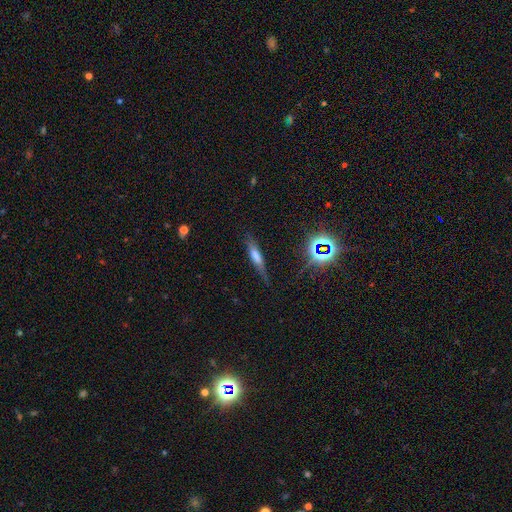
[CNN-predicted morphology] A smooth galaxy with no disk features (53%) that is cigar-shaped (80%).

Vote fractions:
- Smooth or featured? smooth: 53% / featured or disk: 32% / star or artifact: 15%
- How rounded? cigar-shaped: 80% / in between: 17% / round: 2%
- Merging? none: 73% / minor disturbance: 19% / major disturbance: 6% / merger: 2%